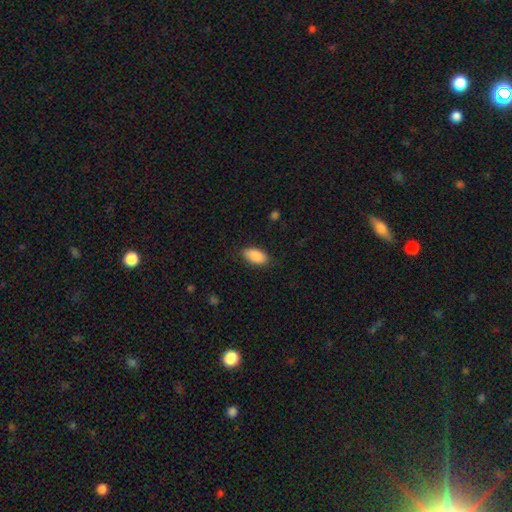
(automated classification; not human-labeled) This appears to be a smooth galaxy with no disk features (89%) that is in between round and cigar-shaped (93%). Merging: none (83%).